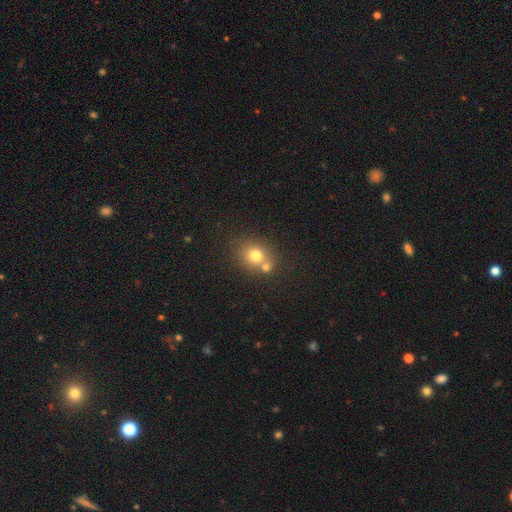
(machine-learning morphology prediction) Overall: smooth (75%). How rounded: round (75%). Merging: none (50%; merger 38%).